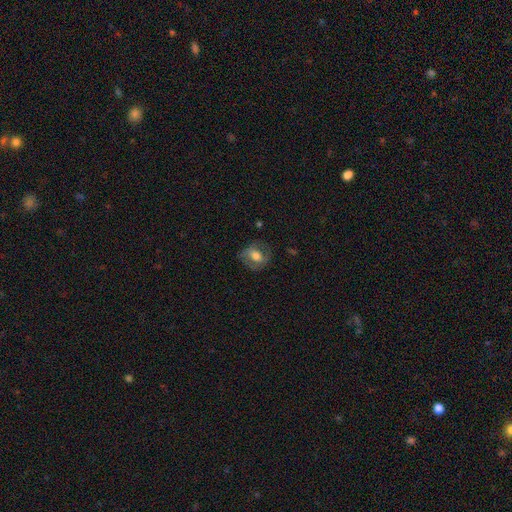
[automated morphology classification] Smooth or featured: smooth — 53% (featured or disk — 39%)
How rounded: round — 57% (in between — 42%)
Merging: none — 70% (minor disturbance — 19%)